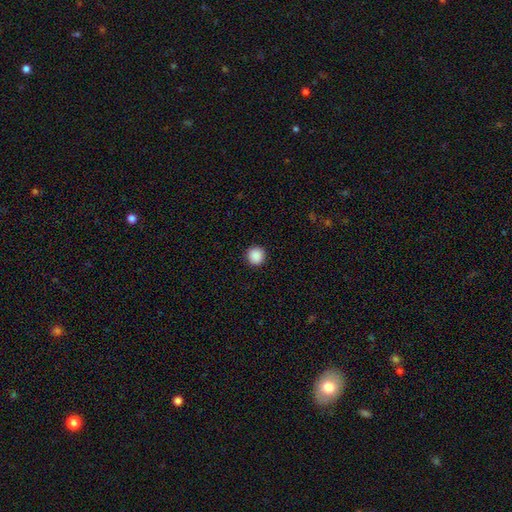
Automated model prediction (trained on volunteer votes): Smooth or featured: smooth — 89% (star or artifact — 9%)
How rounded: round — 95% (in between — 4%)
Merging: none — 93% (minor disturbance — 5%)